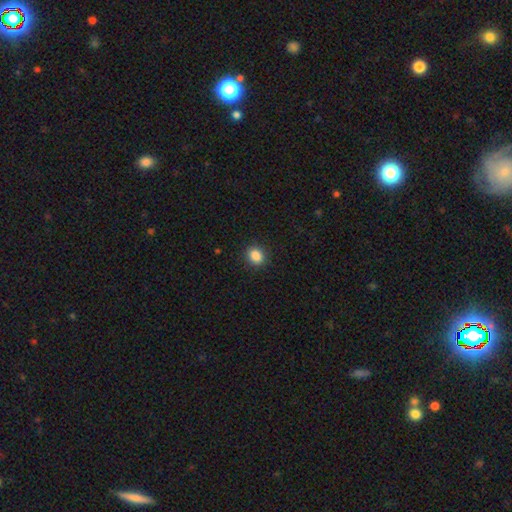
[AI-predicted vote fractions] A smooth galaxy with no disk features (87%) that is round (59%).

Vote fractions:
- Smooth or featured? smooth: 87% / star or artifact: 10% / featured or disk: 3%
- How rounded? round: 59% / in between: 40% / cigar-shaped: 1%
- Merging? none: 89% / minor disturbance: 8% / major disturbance: 2% / merger: 1%